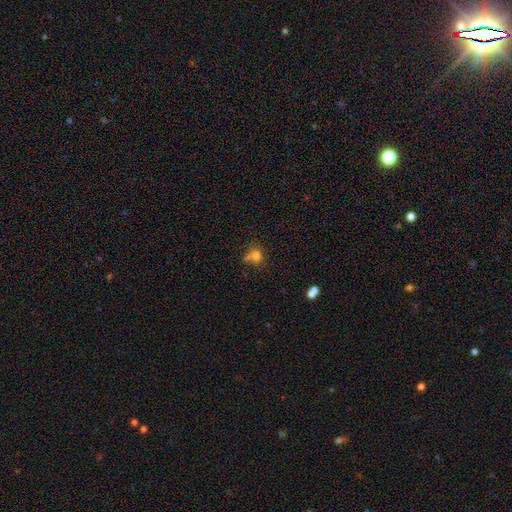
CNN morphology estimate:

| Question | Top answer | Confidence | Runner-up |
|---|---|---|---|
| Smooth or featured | smooth | 75% | star or artifact (14%) |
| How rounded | round | 76% | in between (23%) |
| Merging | none | 51% | merger (27%) |